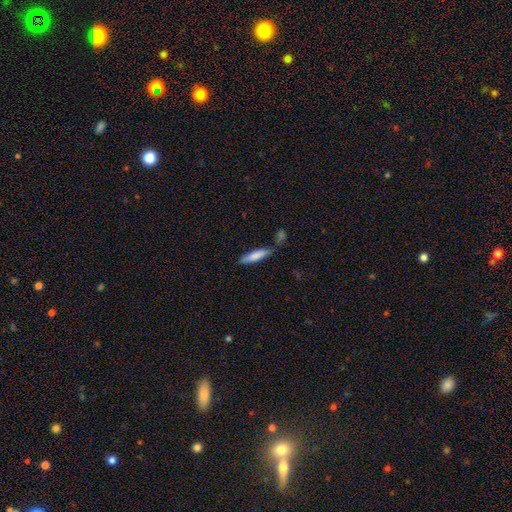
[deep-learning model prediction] smooth 80%, featured or disk 14%, star or artifact 6%. Down the decision tree: how rounded — cigar-shaped (78%); merging — none (71%).